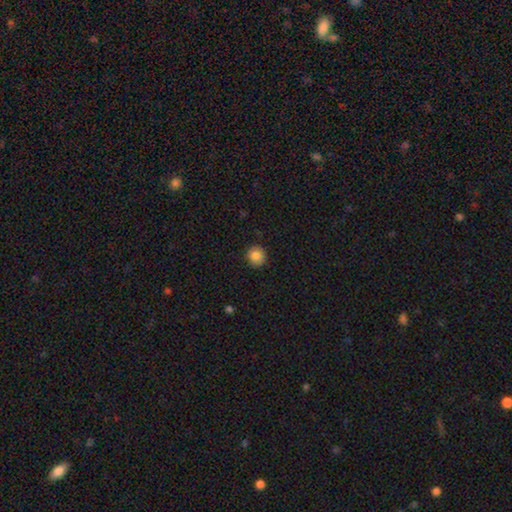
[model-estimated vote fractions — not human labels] Smooth or featured? Predicted: smooth (p=0.85). How rounded? Predicted: round (p=0.90). Merging? Predicted: none (p=0.90).